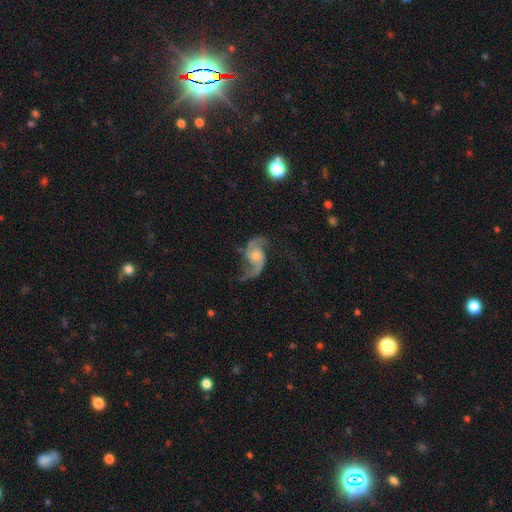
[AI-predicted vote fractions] Smooth or featured?
  - featured or disk: 89% *
  - smooth: 6%
  - star or artifact: 5%
Edge-on disk?
  - no: 98% *
  - yes: 2%
Bar?
  - no: 65% *
  - weak: 29%
  - strong: 6%
Spiral arms?
  - yes: 97% *
  - no: 3%
Spiral winding?
  - loose: 65% *
  - medium: 29%
  - tight: 6%
Spiral arm count?
  - 2: 92% *
  - 1: 3%
  - can't tell: 2%
  - 3: 1%
  - 4: 1%
  - more than 4: 1%
Bulge size?
  - moderate: 56% *
  - small: 34%
  - large: 5%
  - none: 3%
  - dominant: 1%
Merging?
  - none: 64% *
  - minor disturbance: 18%
  - major disturbance: 15%
  - merger: 2%